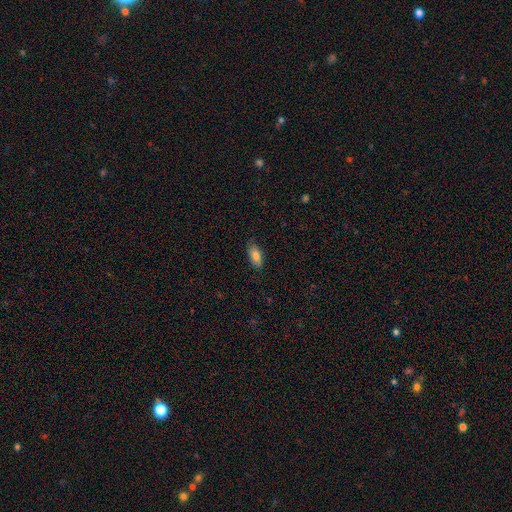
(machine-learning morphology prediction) smooth_or_featured: smooth (p=0.83) [alt: featured or disk p=0.10]
how_rounded: in between (p=0.87) [alt: cigar-shaped p=0.11]
merging: none (p=0.83) [alt: minor disturbance p=0.14]